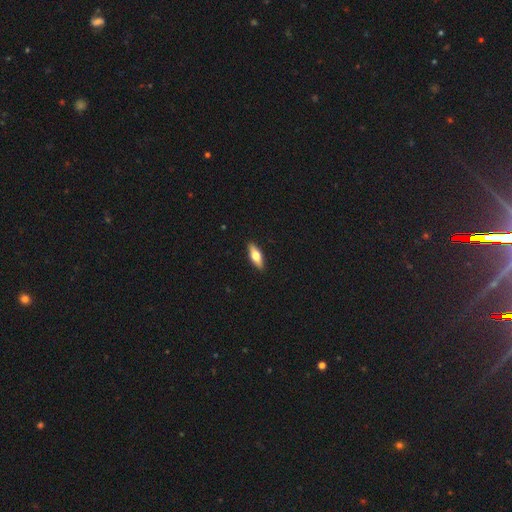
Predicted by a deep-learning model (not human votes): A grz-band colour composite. It shows a smooth galaxy with no disk features (60%) that is in between round and cigar-shaped (60%). Merging: none (91%).